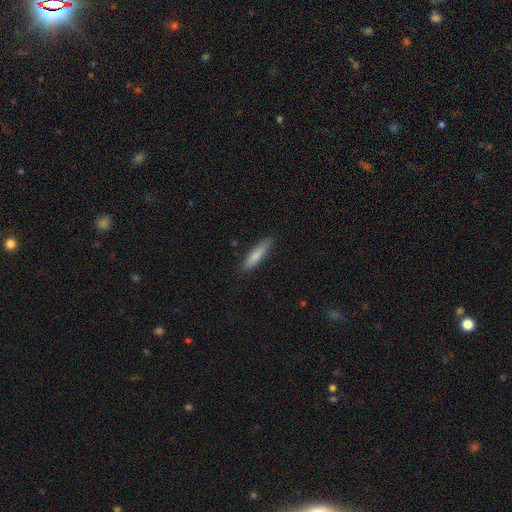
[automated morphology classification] smooth_or_featured: smooth (p=0.82) [alt: featured or disk p=0.12]
how_rounded: cigar-shaped (p=0.77) [alt: in between p=0.21]
merging: none (p=0.83) [alt: minor disturbance p=0.13]